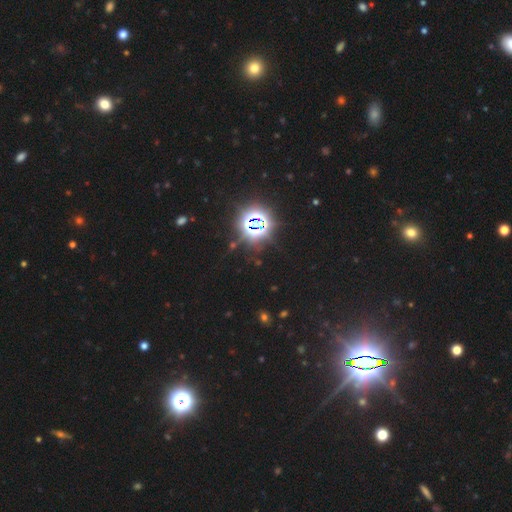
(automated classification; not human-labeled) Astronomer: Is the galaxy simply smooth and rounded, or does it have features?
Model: star or artifact — 85%.